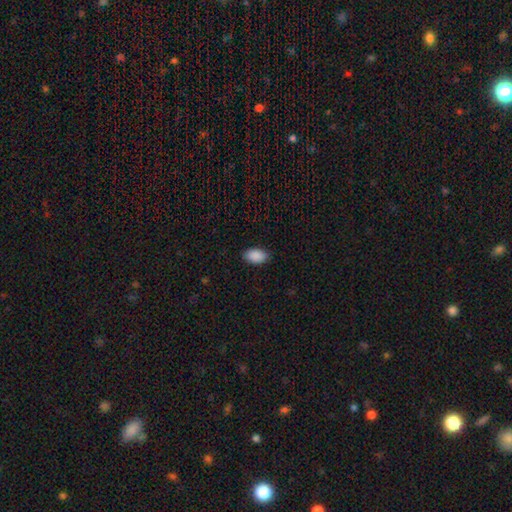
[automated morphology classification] A smooth galaxy with no disk features (90%) that is in between round and cigar-shaped (94%). Merging: none (87%).